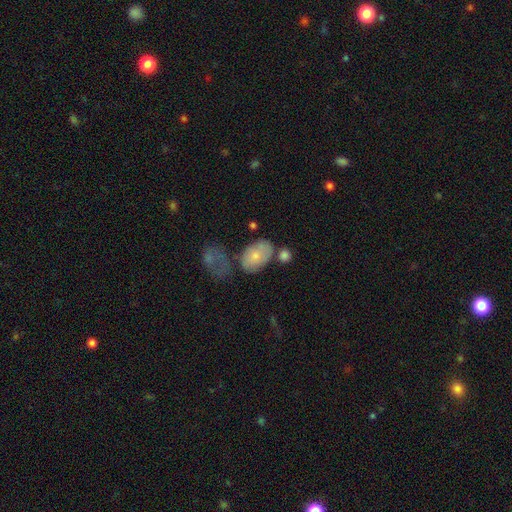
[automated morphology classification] A smooth galaxy with no disk features (71%) that is in between round and cigar-shaped (88%). Merging: none (47%).